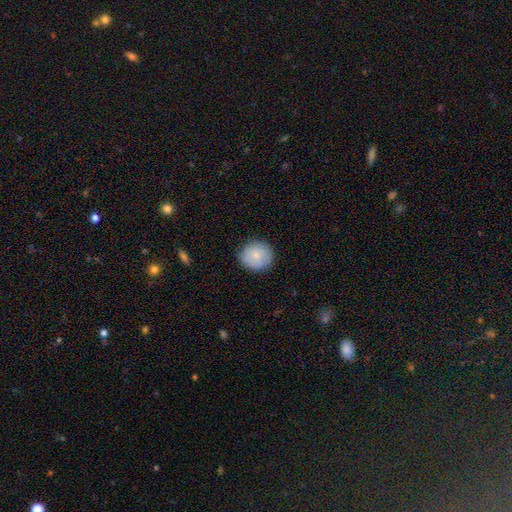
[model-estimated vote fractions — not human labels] Smooth or featured? Predicted: smooth (p=0.72). How rounded? Predicted: round (p=0.86). Merging? Predicted: none (p=0.85).